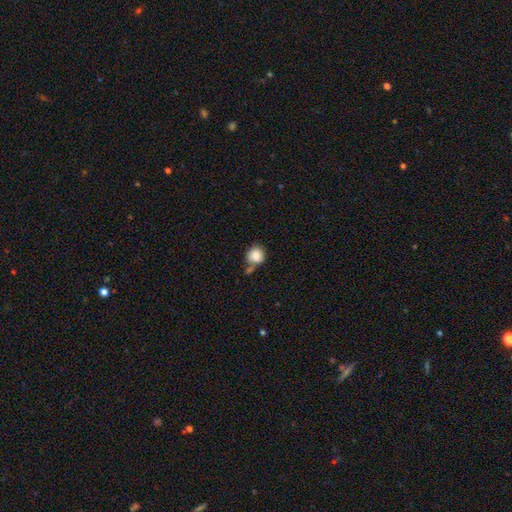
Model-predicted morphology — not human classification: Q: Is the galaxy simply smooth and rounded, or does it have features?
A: smooth — 86%.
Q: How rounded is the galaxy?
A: round — 87%.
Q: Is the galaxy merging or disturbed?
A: none — 52%.